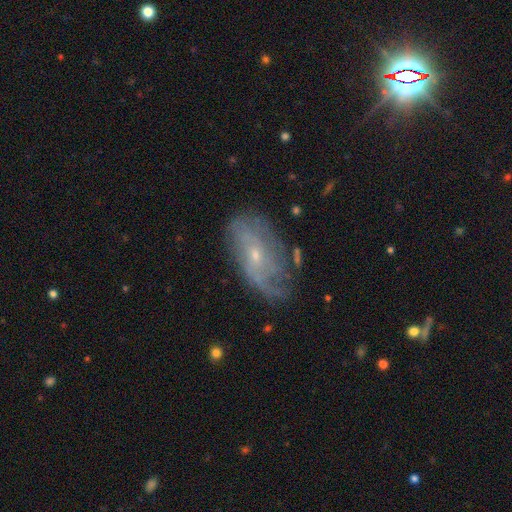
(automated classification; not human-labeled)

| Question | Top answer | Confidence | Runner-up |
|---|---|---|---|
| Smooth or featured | featured or disk | 73% | smooth (19%) |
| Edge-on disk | no | 93% | yes (7%) |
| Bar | no | 68% | weak (27%) |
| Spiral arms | yes | 82% | no (18%) |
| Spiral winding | tight | 36% | medium (35%) |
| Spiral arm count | can't tell | 47% | 2 (23%) |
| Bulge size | small | 74% | moderate (22%) |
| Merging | none | 60% | minor disturbance (25%) |